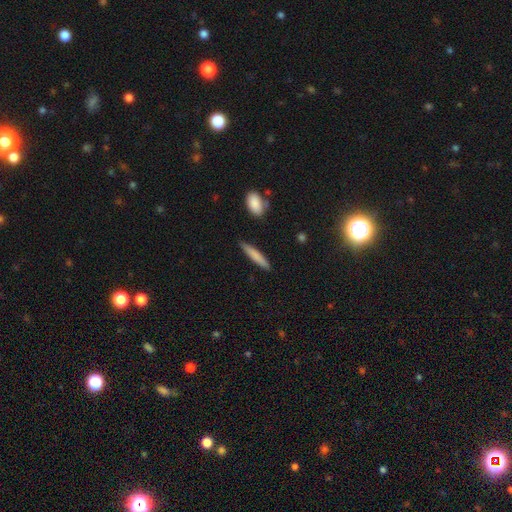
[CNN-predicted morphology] smooth 77%, featured or disk 17%, star or artifact 6%. Down the decision tree: how rounded — cigar-shaped (88%); merging — none (85%).